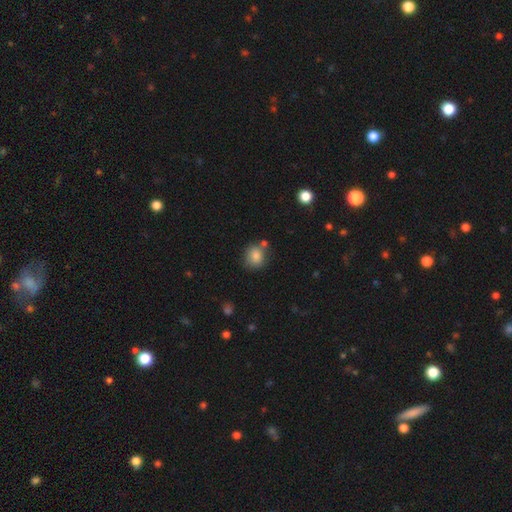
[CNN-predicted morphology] Smooth or featured? smooth (83%)
How rounded? round (76%)
Merging? none (69%)